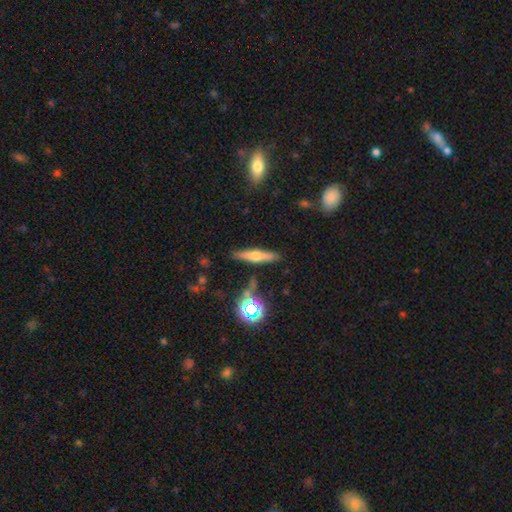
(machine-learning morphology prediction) featured or disk 45%, smooth 43%, star or artifact 12%. Down the decision tree: merging — none (84%).